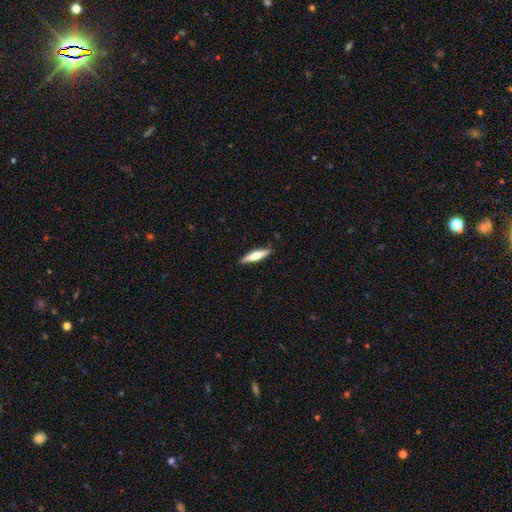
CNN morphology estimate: Smooth or featured: smooth — 66% (featured or disk — 29%)
How rounded: cigar-shaped — 81% (in between — 18%)
Merging: none — 87% (minor disturbance — 10%)